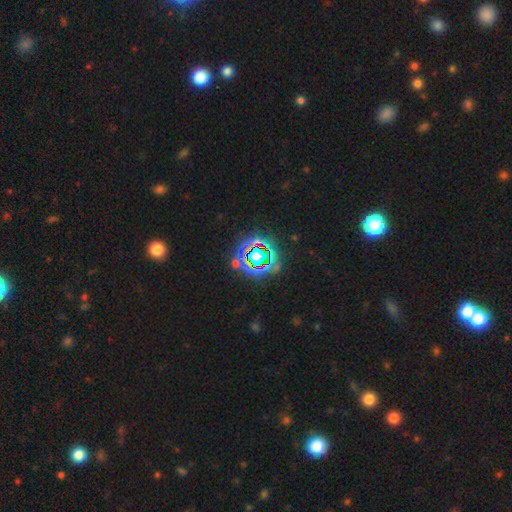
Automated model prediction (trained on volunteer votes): smooth-or-featured: star or artifact: 76% | smooth: 14% | featured or disk: 10%